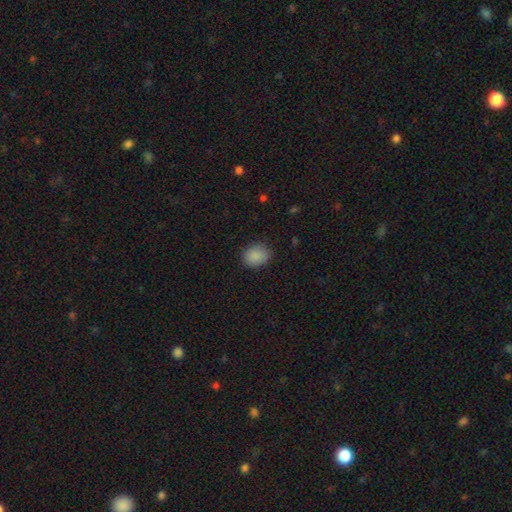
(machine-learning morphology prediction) A smooth galaxy with no disk features (88%) that is in between round and cigar-shaped (51%).

Vote fractions:
- Smooth or featured? smooth: 88% / star or artifact: 9% / featured or disk: 3%
- How rounded? in between: 51% / round: 48% / cigar-shaped: 1%
- Merging? none: 83% / minor disturbance: 13% / major disturbance: 3% / merger: 1%